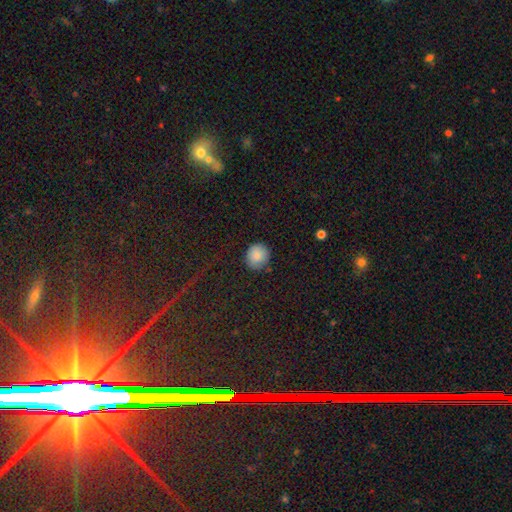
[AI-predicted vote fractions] Smooth or featured?
  - smooth: 86% *
  - star or artifact: 8%
  - featured or disk: 5%
How rounded?
  - round: 88% *
  - in between: 11%
  - cigar-shaped: 1%
Merging?
  - none: 81% *
  - minor disturbance: 14%
  - major disturbance: 3%
  - merger: 1%